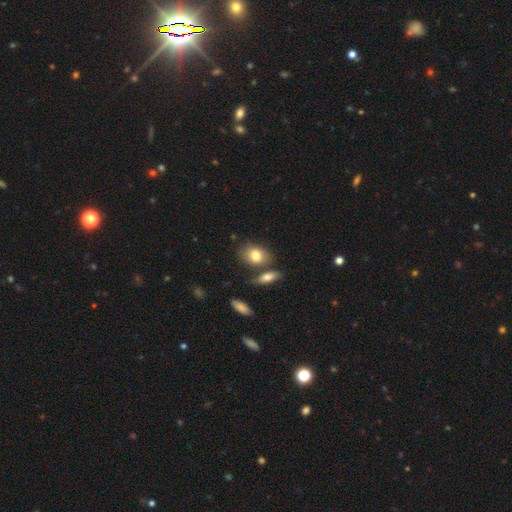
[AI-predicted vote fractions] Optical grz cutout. It shows a smooth galaxy with no disk features (80%) that is in between round and cigar-shaped (70%). Merging: none (61%).